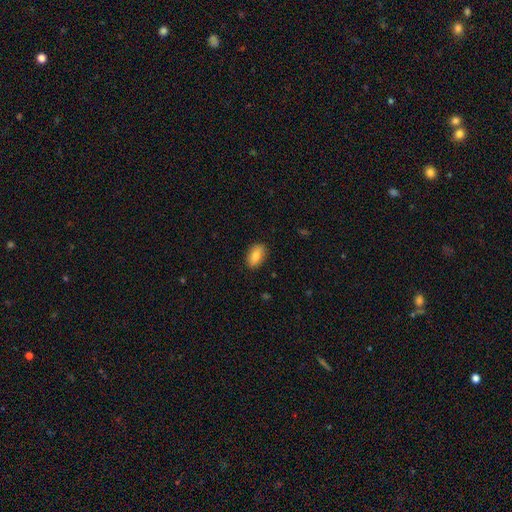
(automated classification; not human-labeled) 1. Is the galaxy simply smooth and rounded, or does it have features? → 81% smooth, 12% featured or disk, 7% star or artifact.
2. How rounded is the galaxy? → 91% in between, 6% round, 3% cigar-shaped.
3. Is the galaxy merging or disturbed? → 87% none, 10% minor disturbance, 2% major disturbance, 1% merger.